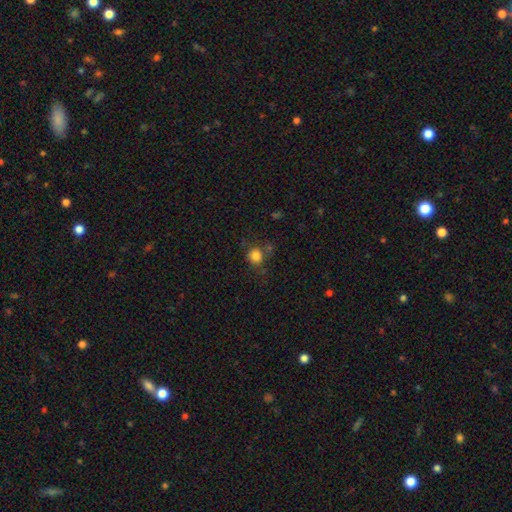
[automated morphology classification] Overall: smooth (82%). How rounded: round (86%). Merging: none (71%).